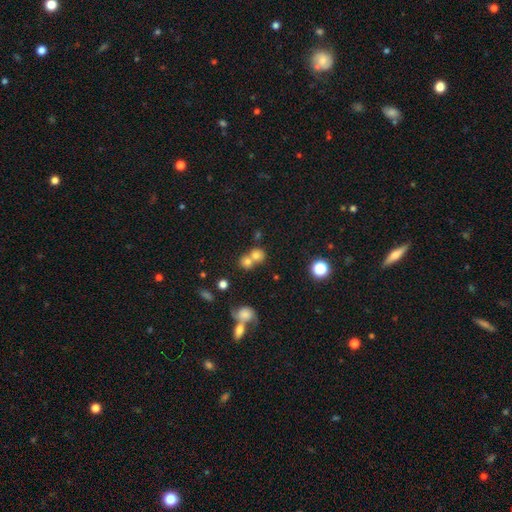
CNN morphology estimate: Overall: smooth (72%). How rounded: round (79%). Merging: merger (55%; none 36%).